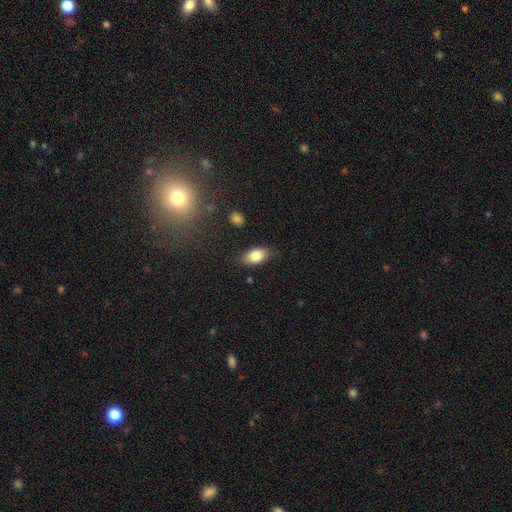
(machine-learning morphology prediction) Smooth or featured? Predicted: smooth (p=0.83). How rounded? Predicted: in between (p=0.90). Merging? Predicted: none (p=0.82).